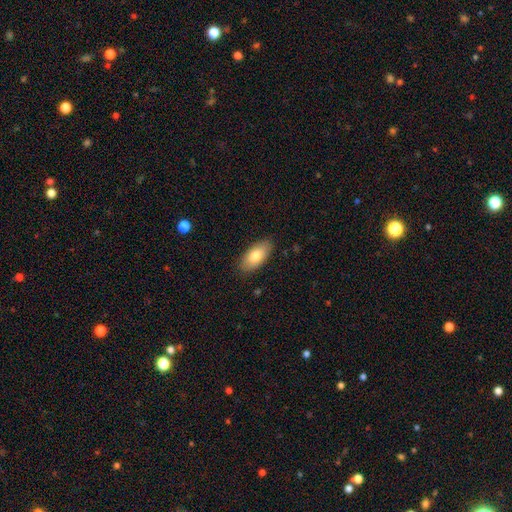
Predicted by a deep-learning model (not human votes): The model was most divided on "smooth or featured": smooth: 78%, featured or disk: 16%, star or artifact: 6%. More confident: how rounded — in between (91%); merging — none (86%).